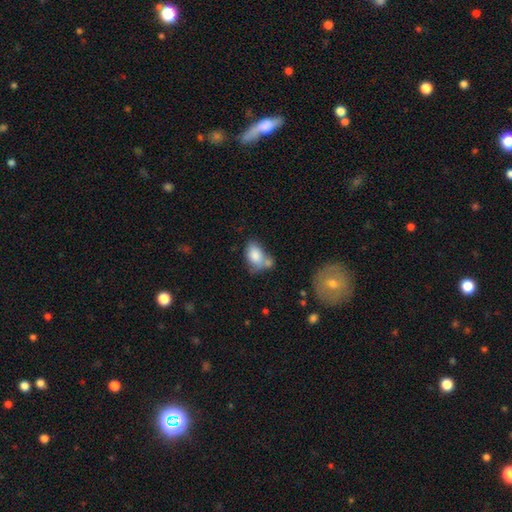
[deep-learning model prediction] smooth_or_featured: smooth (p=0.81) [alt: featured or disk p=0.11]
how_rounded: in between (p=0.87) [alt: round p=0.12]
merging: none (p=0.37) [alt: merger p=0.34]